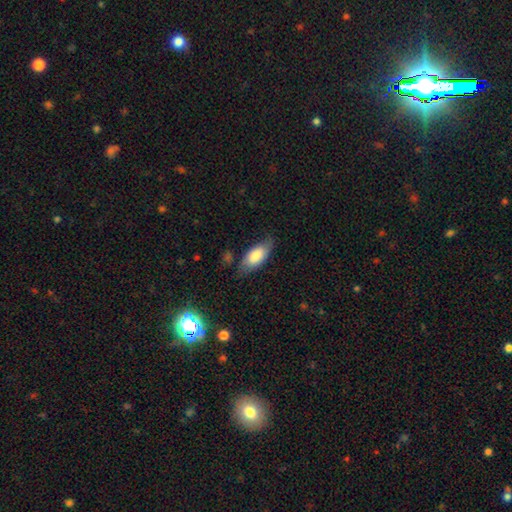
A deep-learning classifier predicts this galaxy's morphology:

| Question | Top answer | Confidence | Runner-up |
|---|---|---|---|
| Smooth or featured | smooth | 75% | featured or disk (18%) |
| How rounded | in between | 87% | cigar-shaped (10%) |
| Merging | none | 66% | minor disturbance (25%) |